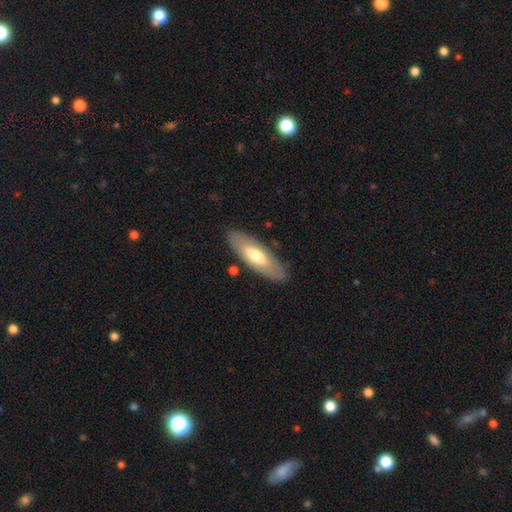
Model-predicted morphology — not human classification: The model was most divided on "smooth or featured": smooth: 57%, featured or disk: 38%, star or artifact: 5%. More confident: merging — none (84%); how rounded — in between (64%).